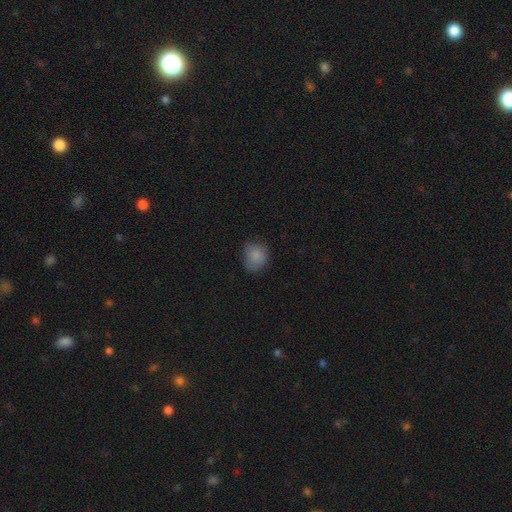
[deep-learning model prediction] Smooth or featured?
  - smooth: 83% *
  - star or artifact: 10%
  - featured or disk: 6%
How rounded?
  - round: 68% *
  - in between: 31%
  - cigar-shaped: 1%
Merging?
  - none: 63% *
  - minor disturbance: 28%
  - major disturbance: 7%
  - merger: 1%